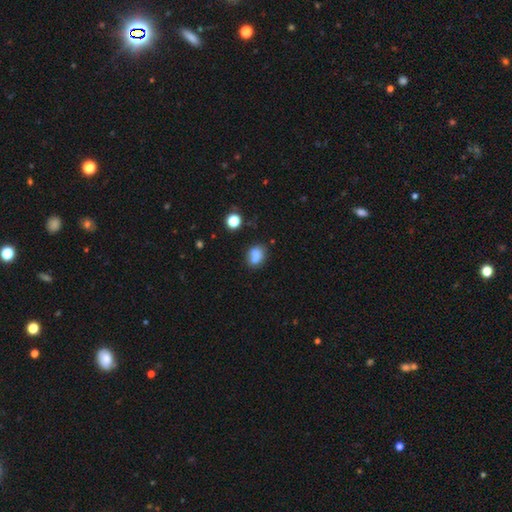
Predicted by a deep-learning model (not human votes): A smooth galaxy with no disk features (76%) that is in between round and cigar-shaped (52%).

Vote fractions:
- Smooth or featured? smooth: 76% / featured or disk: 13% / star or artifact: 11%
- How rounded? in between: 52% / round: 46% / cigar-shaped: 1%
- Merging? none: 49% / merger: 27% / minor disturbance: 17% / major disturbance: 6%